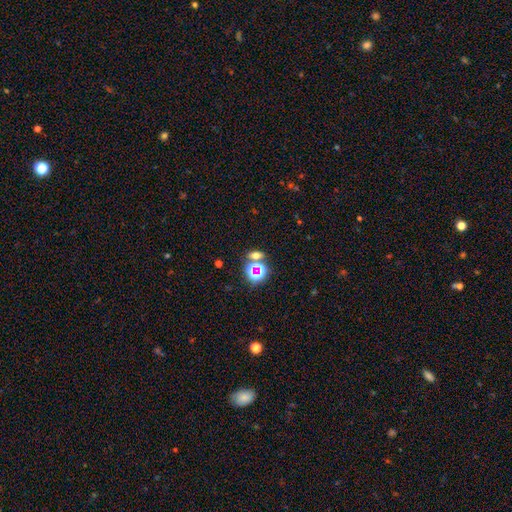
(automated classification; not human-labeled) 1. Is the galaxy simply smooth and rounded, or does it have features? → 47% smooth, 39% star or artifact, 13% featured or disk.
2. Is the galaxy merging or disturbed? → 70% none, 18% merger, 9% minor disturbance, 4% major disturbance.